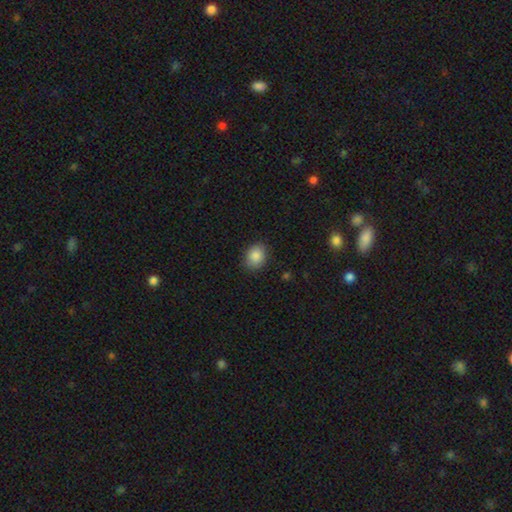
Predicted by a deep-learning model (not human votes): A smooth galaxy with no disk features (87%) that is in between round and cigar-shaped (55%). Merging: none (84%).